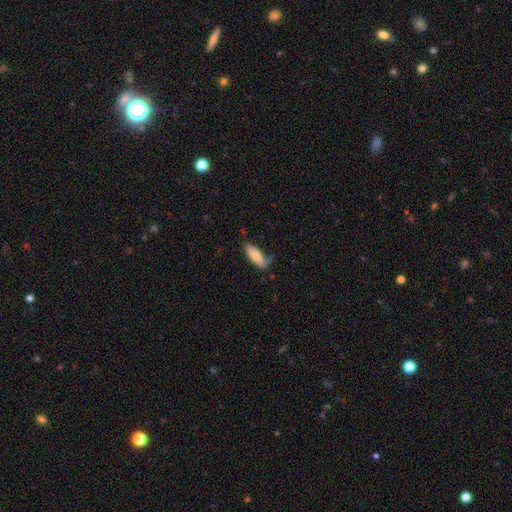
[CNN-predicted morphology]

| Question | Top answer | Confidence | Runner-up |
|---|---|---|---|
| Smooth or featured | smooth | 74% | featured or disk (20%) |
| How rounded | in between | 65% | cigar-shaped (33%) |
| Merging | none | 56% | minor disturbance (30%) |